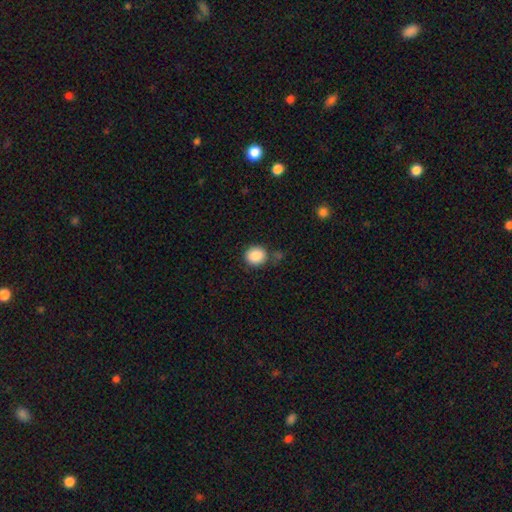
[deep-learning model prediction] This appears to be a smooth galaxy with no disk features (88%) that is round (78%). Merging: none (73%).